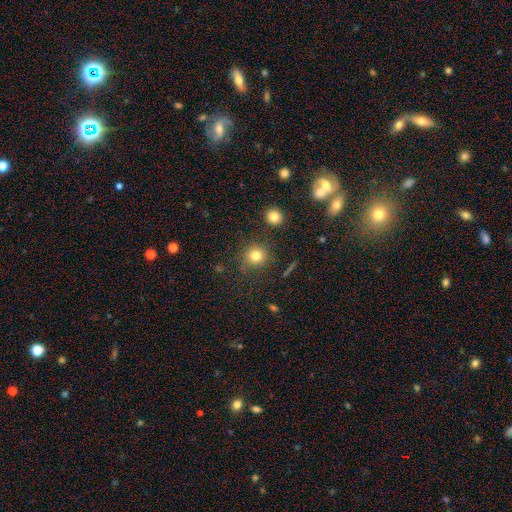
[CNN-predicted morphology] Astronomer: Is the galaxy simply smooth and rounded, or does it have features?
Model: smooth — 79%.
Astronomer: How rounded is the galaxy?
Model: round — 91%.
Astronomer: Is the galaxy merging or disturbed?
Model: none — 83%.